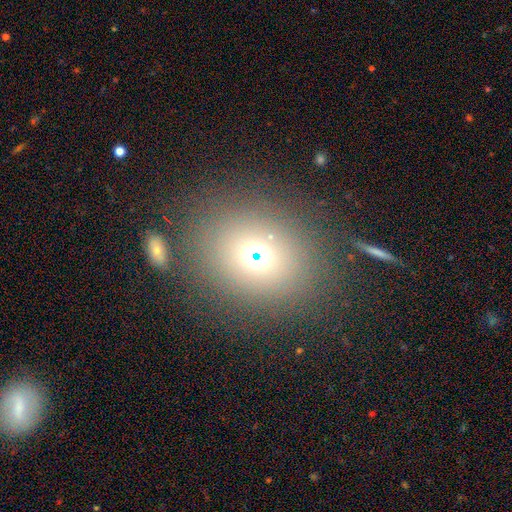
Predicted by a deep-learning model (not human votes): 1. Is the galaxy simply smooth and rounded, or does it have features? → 66% smooth, 22% star or artifact, 12% featured or disk.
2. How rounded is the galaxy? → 60% round, 38% in between, 2% cigar-shaped.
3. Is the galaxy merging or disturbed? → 74% none, 10% merger, 10% minor disturbance, 6% major disturbance.